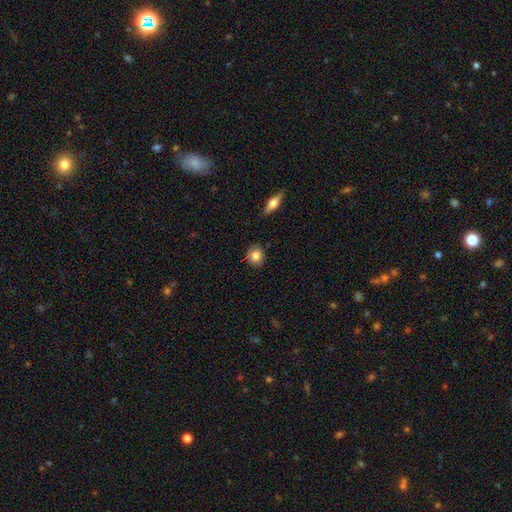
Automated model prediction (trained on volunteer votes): Smooth or featured: smooth — 80% (featured or disk — 12%)
How rounded: round — 82% (in between — 16%)
Merging: none — 83% (minor disturbance — 13%)